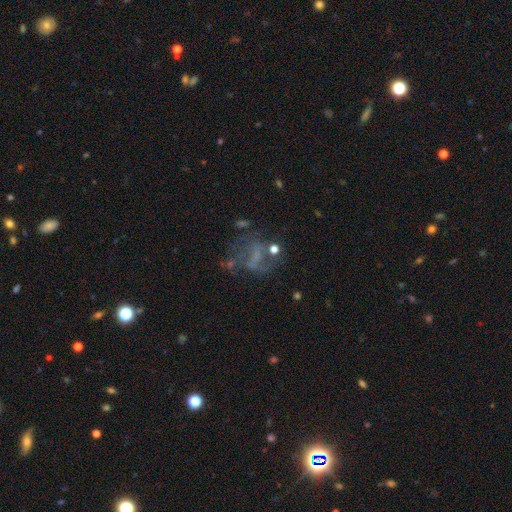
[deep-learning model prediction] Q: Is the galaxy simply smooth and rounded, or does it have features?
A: featured or disk — 57%.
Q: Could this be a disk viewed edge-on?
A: no — 97%.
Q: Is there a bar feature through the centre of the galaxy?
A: no — 54%.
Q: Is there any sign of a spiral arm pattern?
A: no — 53%.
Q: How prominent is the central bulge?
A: none — 59%.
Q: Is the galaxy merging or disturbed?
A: none — 41%.